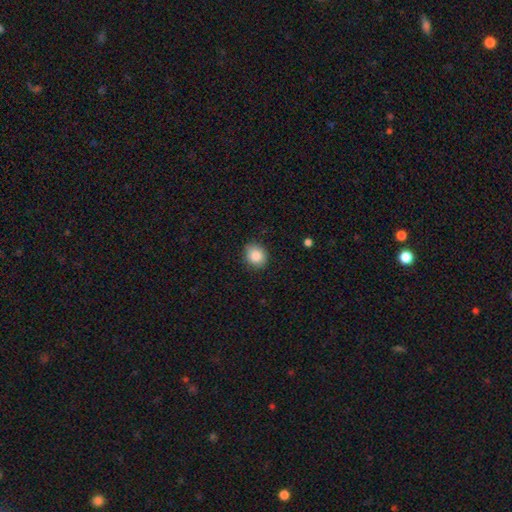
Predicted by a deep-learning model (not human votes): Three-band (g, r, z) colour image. It shows a smooth galaxy with no disk features (86%) that is round (66%). Merging: none (84%).